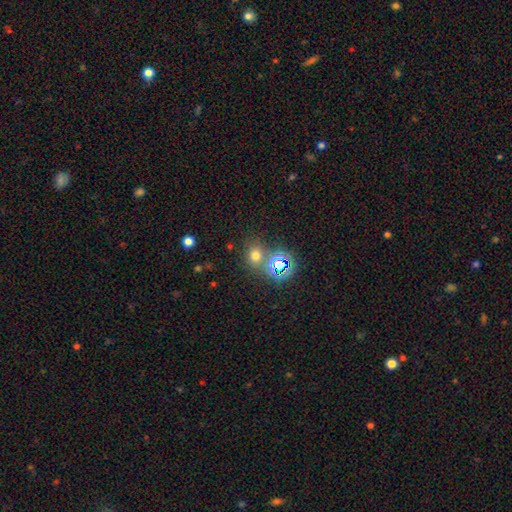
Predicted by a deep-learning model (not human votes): The model was most divided on "smooth or featured": smooth: 61%, star or artifact: 32%, featured or disk: 7%. More confident: how rounded — round (75%); merging — none (70%).